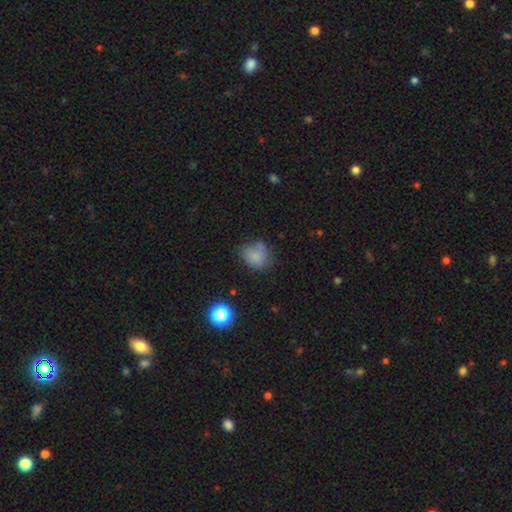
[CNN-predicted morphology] The model was most divided on "how rounded": round: 58%, in between: 41%, cigar-shaped: 1%. More confident: smooth or featured — smooth (74%); merging — none (50%).